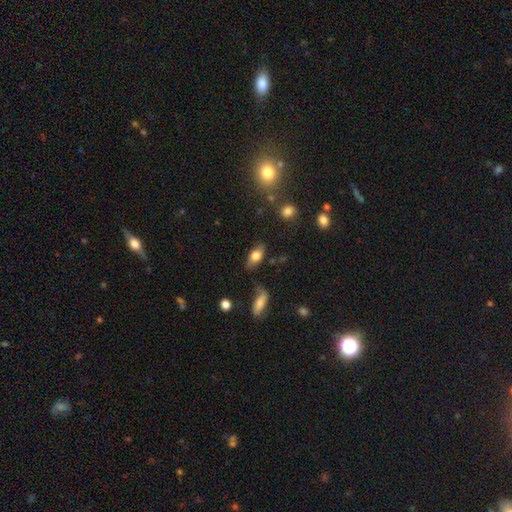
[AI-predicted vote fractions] Smooth or featured? Predicted: smooth (p=0.74). How rounded? Predicted: in between (p=0.87). Merging? Predicted: none (p=0.69).